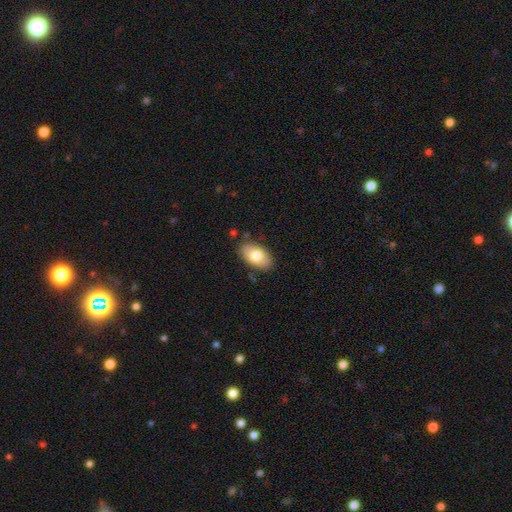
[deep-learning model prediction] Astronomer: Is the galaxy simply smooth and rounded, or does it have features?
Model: smooth — 78%.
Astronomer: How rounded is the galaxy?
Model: in between — 94%.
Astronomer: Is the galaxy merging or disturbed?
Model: none — 84%.